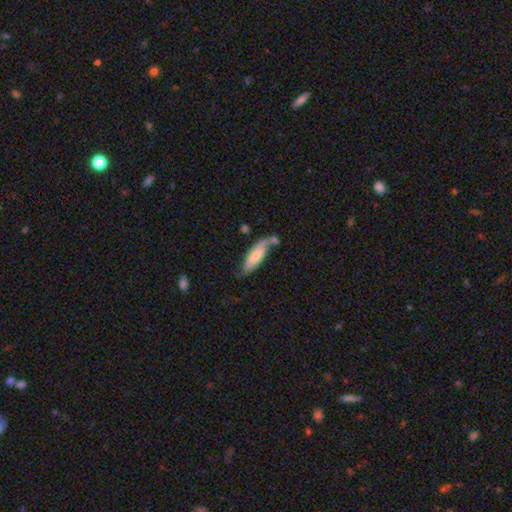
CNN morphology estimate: This appears to be a smooth galaxy with no disk features (64%) that is in between round and cigar-shaped (56%). Merging: none (45%).